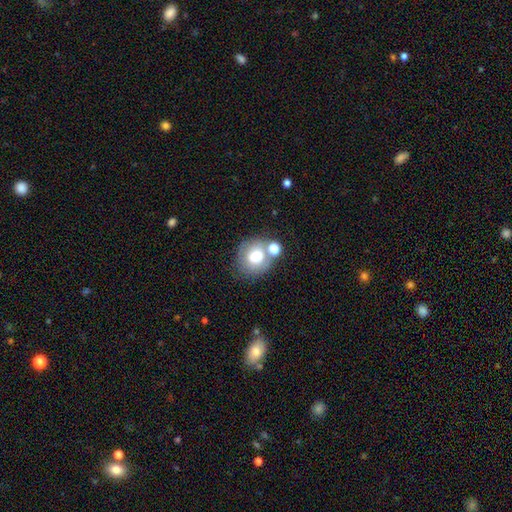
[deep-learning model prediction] Smooth or featured: smooth — 66% (featured or disk — 24%)
How rounded: round — 68% (in between — 31%)
Merging: none — 53% (merger — 23%)